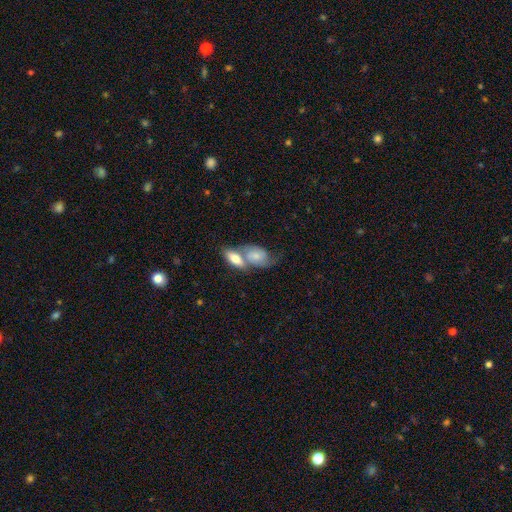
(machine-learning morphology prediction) Smooth or featured?
  - smooth: 51% *
  - featured or disk: 43%
  - star or artifact: 6%
How rounded?
  - in between: 85% *
  - round: 11%
  - cigar-shaped: 4%
Merging?
  - merger: 64% *
  - none: 20%
  - minor disturbance: 10%
  - major disturbance: 7%